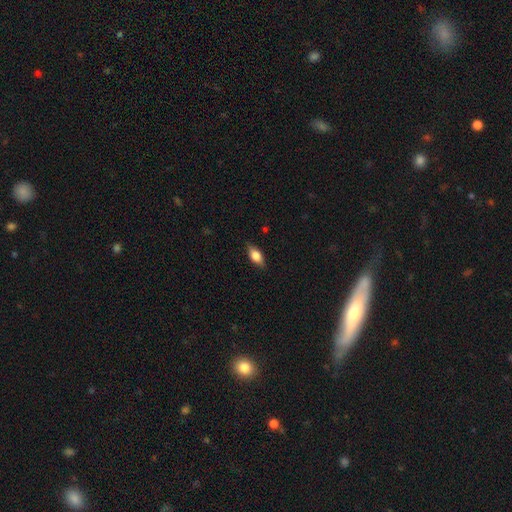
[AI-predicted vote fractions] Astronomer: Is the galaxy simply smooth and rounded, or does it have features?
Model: smooth — 70%.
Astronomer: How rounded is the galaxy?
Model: in between — 83%.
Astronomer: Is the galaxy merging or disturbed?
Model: none — 84%.